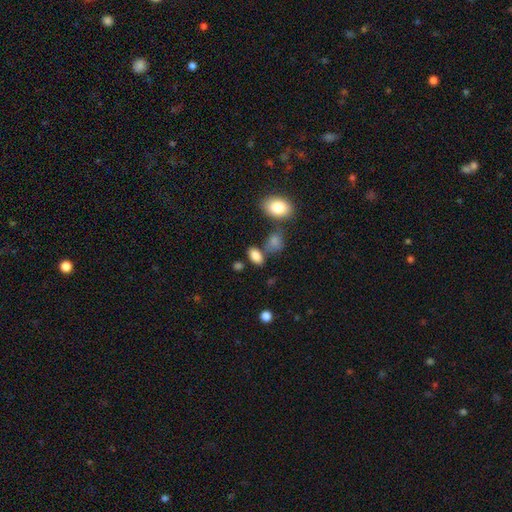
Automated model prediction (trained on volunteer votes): smooth-or-featured: smooth: 84% | star or artifact: 9% | featured or disk: 7%
  how-rounded: in between: 89% | round: 8% | cigar-shaped: 3%
  merging: none: 67% | minor disturbance: 14% | merger: 13% | major disturbance: 5%